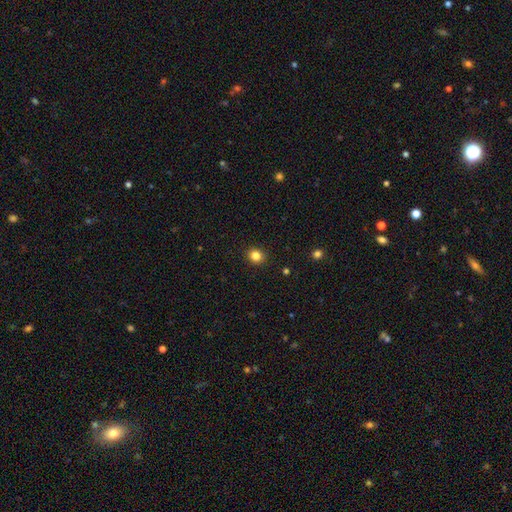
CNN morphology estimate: Overall: smooth (83%). How rounded: round (80%). Merging: none (92%).